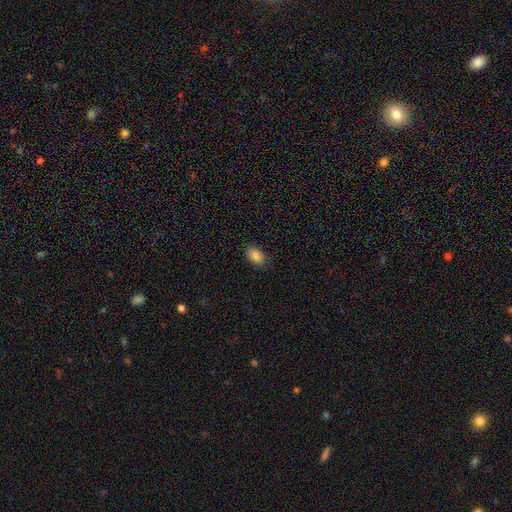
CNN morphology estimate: A smooth galaxy with no disk features (87%) that is in between round and cigar-shaped (91%).

Vote fractions:
- Smooth or featured? smooth: 87% / star or artifact: 8% / featured or disk: 5%
- How rounded? in between: 91% / round: 8% / cigar-shaped: 2%
- Merging? none: 87% / minor disturbance: 10% / major disturbance: 2% / merger: 1%